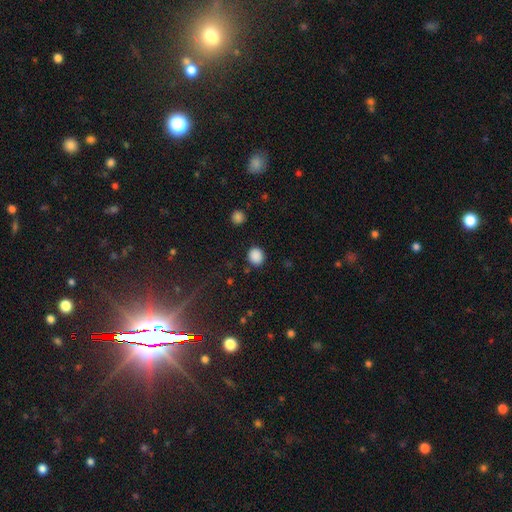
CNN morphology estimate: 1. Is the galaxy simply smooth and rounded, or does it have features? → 87% smooth, 10% star or artifact, 3% featured or disk.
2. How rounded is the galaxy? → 81% round, 18% in between, 1% cigar-shaped.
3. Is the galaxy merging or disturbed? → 88% none, 7% minor disturbance, 3% major disturbance, 2% merger.